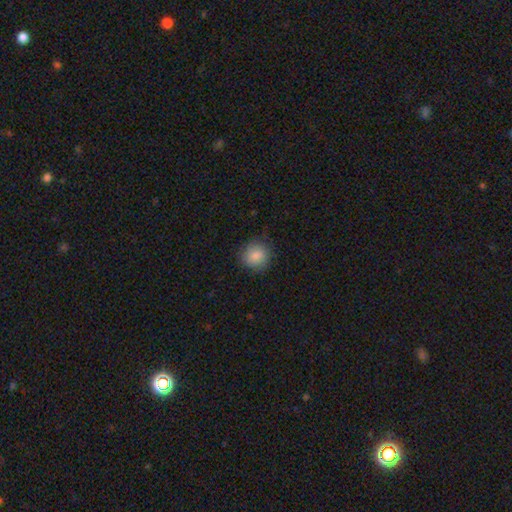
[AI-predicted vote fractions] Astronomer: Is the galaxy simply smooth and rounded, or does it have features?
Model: smooth — 86%.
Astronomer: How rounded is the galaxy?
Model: round — 89%.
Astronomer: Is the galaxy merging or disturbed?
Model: none — 84%.